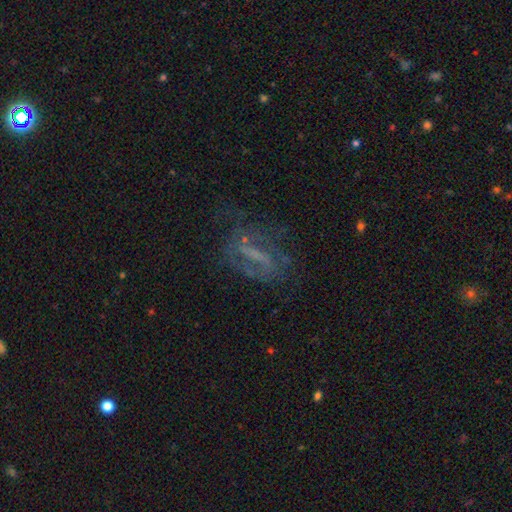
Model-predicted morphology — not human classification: smooth_or_featured: featured or disk (p=0.60) [alt: smooth p=0.21]
disk_edge_on: no (p=0.88) [alt: yes p=0.12]
bar: strong (p=0.44) [alt: weak p=0.33]
has_spiral_arms: yes (p=0.59) [alt: no p=0.41]
bulge_size: none (p=0.55) [alt: small p=0.28]
merging: none (p=0.54) [alt: major disturbance p=0.24]